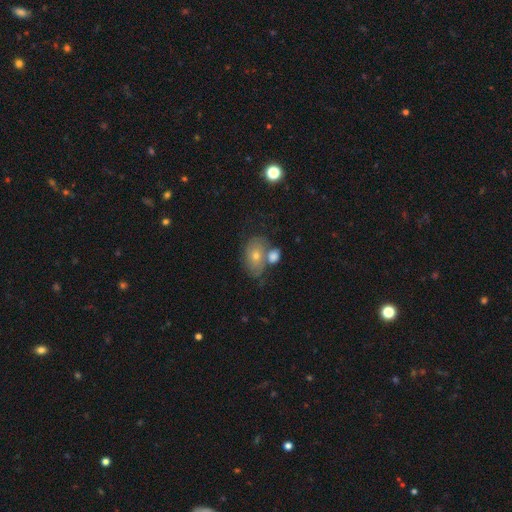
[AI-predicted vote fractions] Smooth or featured? smooth (56%)
How rounded? in between (78%)
Merging? none (42%)